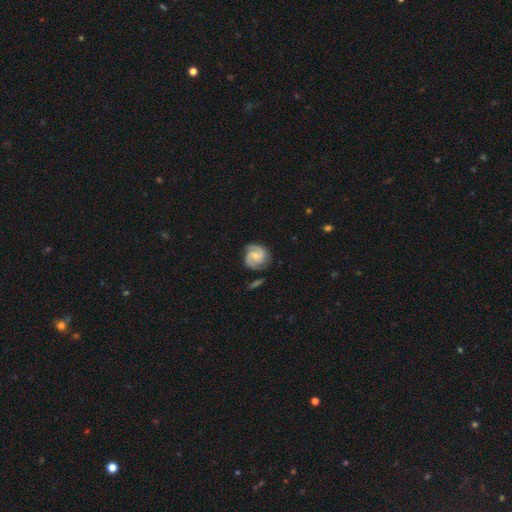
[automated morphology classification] A featured or disk galaxy (84%) with a weak bar (48%), 2 (87%) medium (49%) spiral arms (97%) and a small central bulge (53%).

Vote fractions:
- Smooth or featured? featured or disk: 84% / smooth: 11% / star or artifact: 5%
- Edge-on disk? no: 98% / yes: 2%
- Bar? weak: 48% / no: 41% / strong: 12%
- Spiral arms? yes: 97% / no: 3%
- Spiral winding? medium: 49% / tight: 39% / loose: 12%
- Spiral arm count? 2: 87% / 3: 5% / can't tell: 4% / 1: 2% / 4: 1% / more than 4: 1%
- Bulge size? small: 53% / moderate: 37% / none: 7% / large: 2% / dominant: 1%
- Merging? none: 79% / minor disturbance: 14% / major disturbance: 4% / merger: 3%